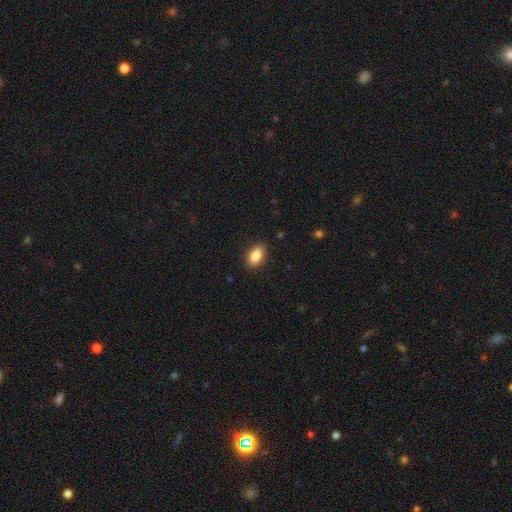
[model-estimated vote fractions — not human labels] Smooth or featured? smooth (85%)
How rounded? in between (89%)
Merging? none (88%)